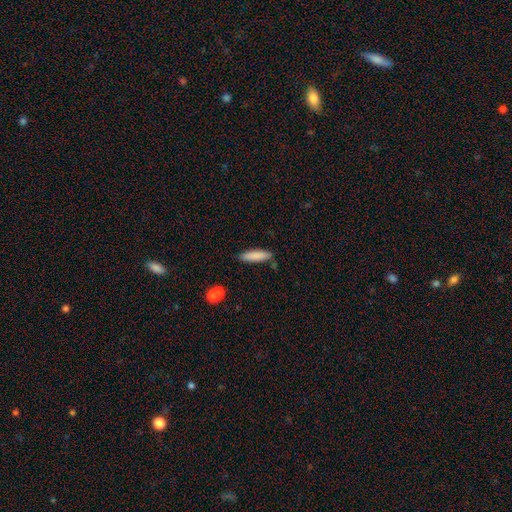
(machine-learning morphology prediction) smooth-or-featured: smooth: 84% | featured or disk: 9% | star or artifact: 7%
  how-rounded: cigar-shaped: 72% | in between: 27% | round: 1%
  merging: none: 83% | minor disturbance: 11% | merger: 4% | major disturbance: 2%